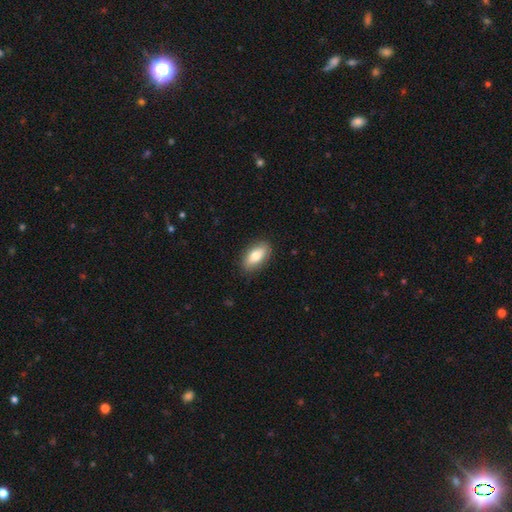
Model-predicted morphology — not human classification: This appears to be a smooth galaxy with no disk features (77%) that is in between round and cigar-shaped (89%). Merging: none (86%).